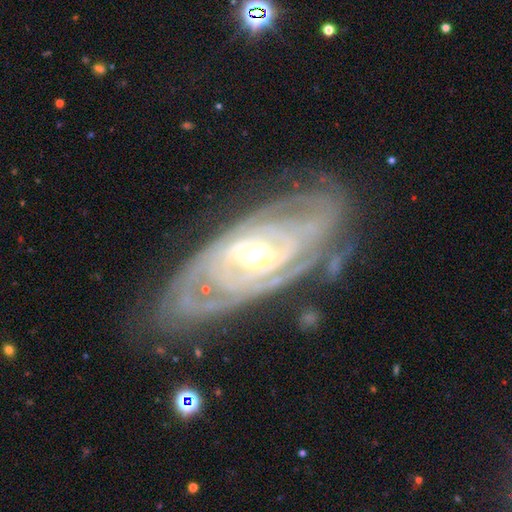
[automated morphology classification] Smooth or featured? Predicted: featured or disk (p=0.89). Edge-on disk? Predicted: no (p=0.90). Bar? Predicted: no (p=0.39). Spiral arms? Predicted: yes (p=0.93). Spiral winding? Predicted: tight (p=0.79). Spiral arm count? Predicted: can't tell (p=0.43). Bulge size? Predicted: moderate (p=0.58). Merging? Predicted: none (p=0.74).